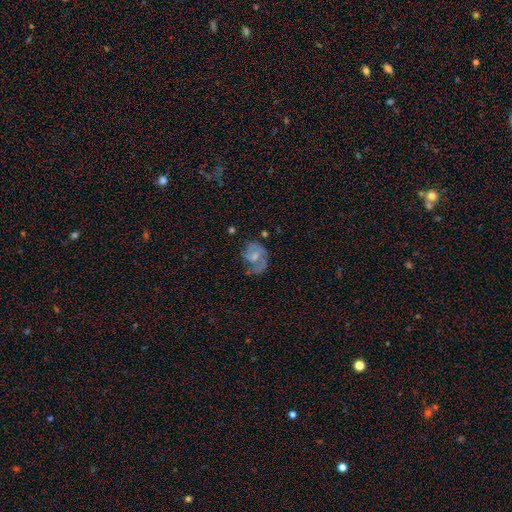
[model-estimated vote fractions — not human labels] The model was most divided on "bulge size": small: 47%, moderate: 42%, none: 7%, large: 3%, dominant: 1%. Remaining: edge-on disk — no (97%); spiral arms — yes (77%); smooth or featured — featured or disk (60%); bar — no (52%); merging — none (47%).